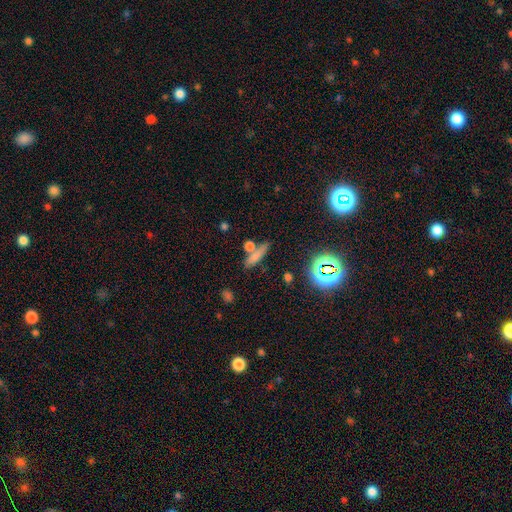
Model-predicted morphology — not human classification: Overall: smooth (69%). How rounded: cigar-shaped (72%). Merging: none (62%).